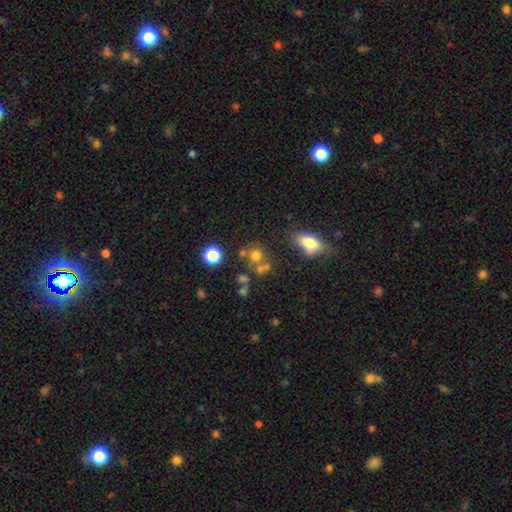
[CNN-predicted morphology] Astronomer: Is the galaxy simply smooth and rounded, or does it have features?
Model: smooth — 69%.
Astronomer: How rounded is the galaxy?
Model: round — 79%.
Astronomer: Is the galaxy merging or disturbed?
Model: none — 53% (runner-up: merger, 29%).